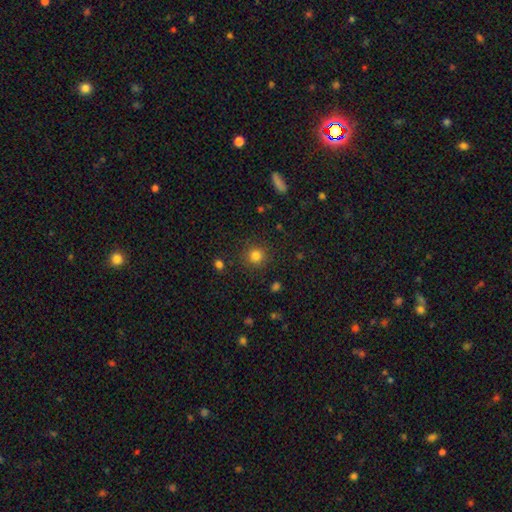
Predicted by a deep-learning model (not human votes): Smooth or featured? smooth (82%)
How rounded? round (92%)
Merging? none (88%)